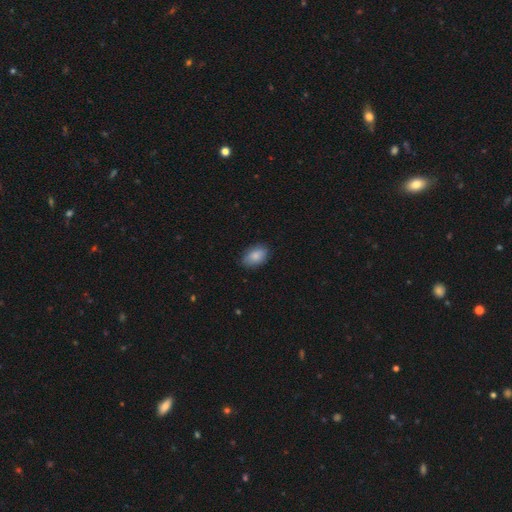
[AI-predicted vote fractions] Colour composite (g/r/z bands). It shows a smooth galaxy with no disk features (86%) that is in between round and cigar-shaped (91%). Merging: none (81%).